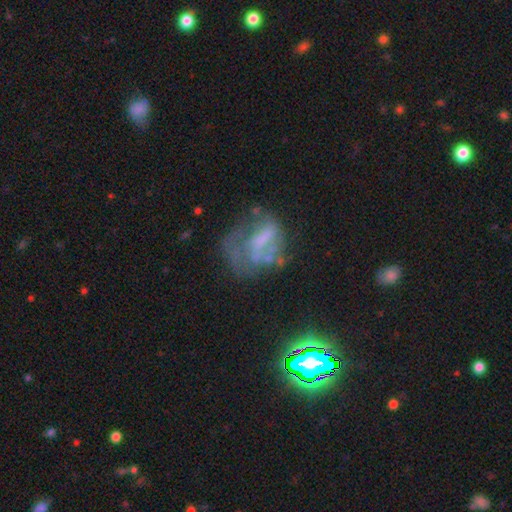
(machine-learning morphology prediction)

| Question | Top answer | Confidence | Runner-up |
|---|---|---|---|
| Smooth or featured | featured or disk | 57% | smooth (28%) |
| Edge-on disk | no | 97% | yes (3%) |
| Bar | no | 63% | weak (25%) |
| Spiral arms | no | 73% | yes (27%) |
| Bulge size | none | 56% | moderate (20%) |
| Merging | major disturbance | 38% | none (32%) |